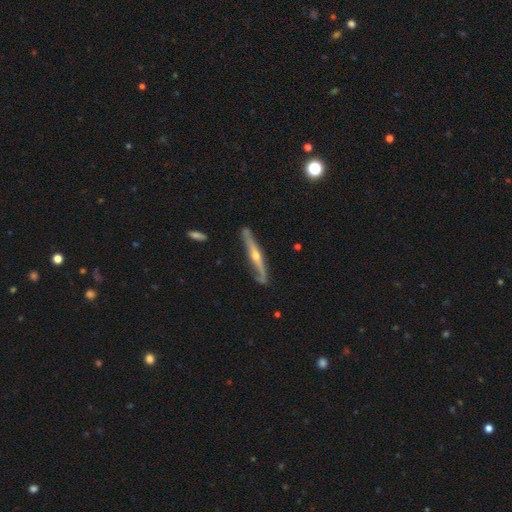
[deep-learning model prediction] featured or disk 78%, smooth 17%, star or artifact 6%. Down the decision tree: edge-on disk — yes (91%); edge-on bulge — rounded (89%); merging — none (77%).